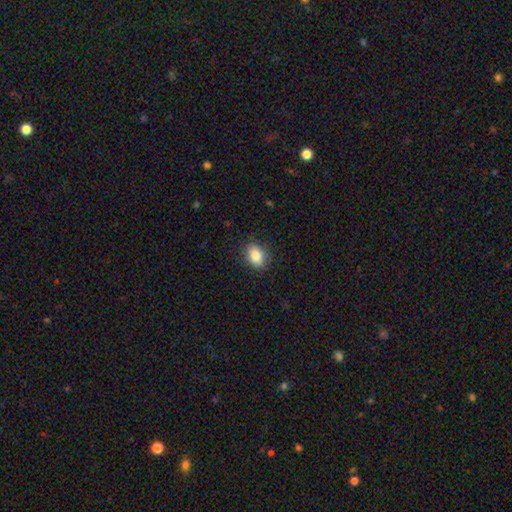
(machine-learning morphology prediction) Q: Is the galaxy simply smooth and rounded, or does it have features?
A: smooth — 85%.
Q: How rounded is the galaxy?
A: in between — 72%.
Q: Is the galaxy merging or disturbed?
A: none — 85%.